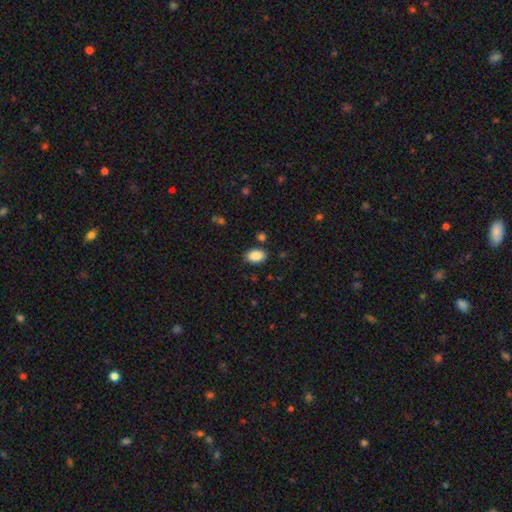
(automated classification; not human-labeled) Morphology: type=smooth (88%); roundness=in between (89%); merging=none (85%).